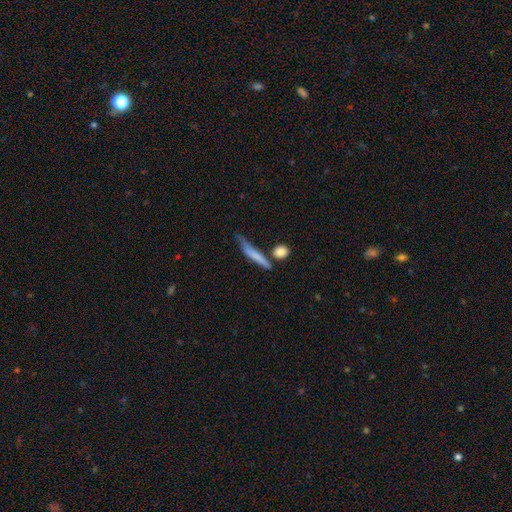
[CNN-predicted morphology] smooth 66%, featured or disk 26%, star or artifact 7%. Down the decision tree: how rounded — cigar-shaped (86%); merging — none (49%).